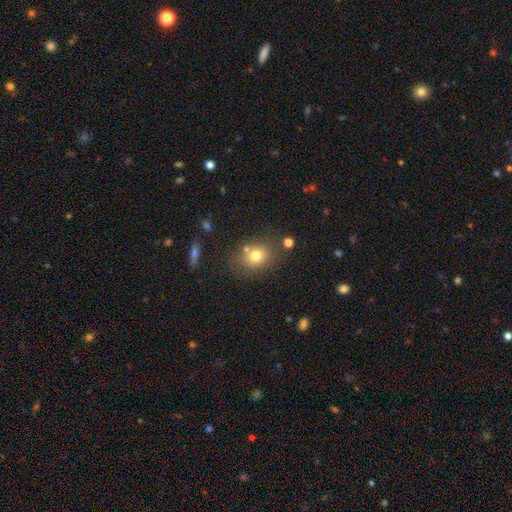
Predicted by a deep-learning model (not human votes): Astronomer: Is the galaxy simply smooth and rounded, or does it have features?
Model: smooth — 75%.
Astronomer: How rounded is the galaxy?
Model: round — 60% (runner-up: in between, 39%).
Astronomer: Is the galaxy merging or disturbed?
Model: none — 70%.